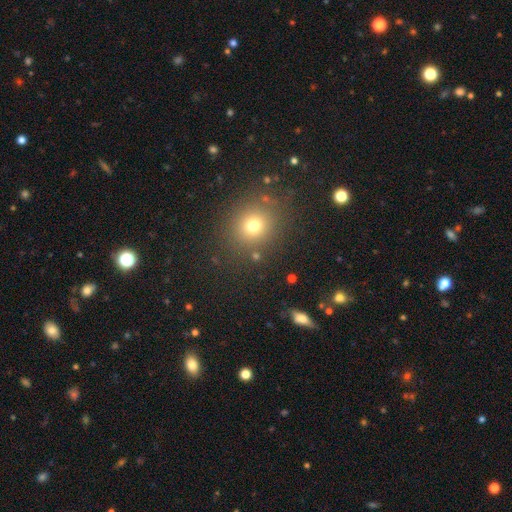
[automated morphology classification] A smooth galaxy with no disk features (69%) that is round (83%). Merging: none (86%).